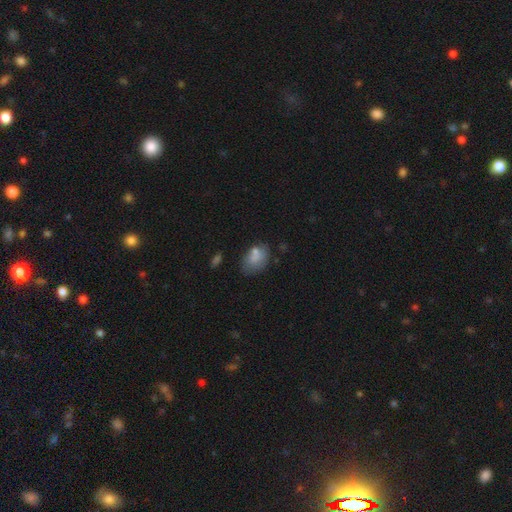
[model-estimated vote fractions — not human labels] smooth 71%, featured or disk 19%, star or artifact 10%. Down the decision tree: how rounded — in between (82%); merging — none (47%).